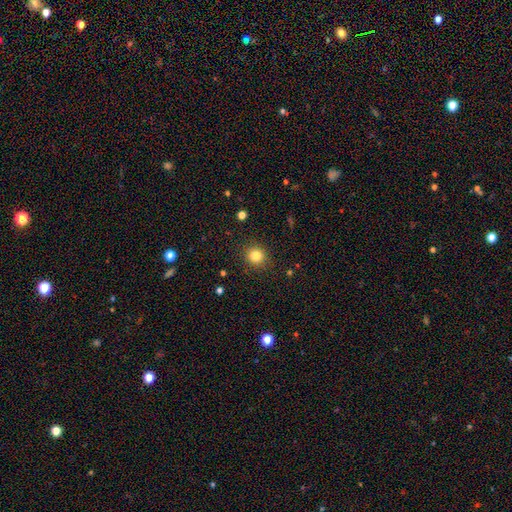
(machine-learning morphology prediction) smooth-or-featured: smooth: 83% | star or artifact: 12% | featured or disk: 5%
  how-rounded: round: 86% | in between: 13% | cigar-shaped: 1%
  merging: none: 89% | minor disturbance: 7% | major disturbance: 2% | merger: 1%